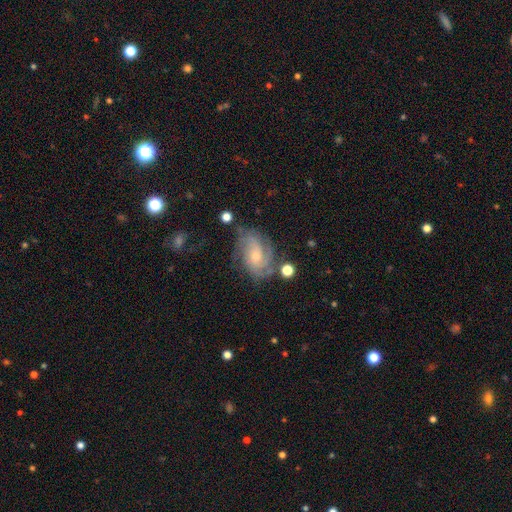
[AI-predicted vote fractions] Overall: featured or disk (76%). Edge-on disk: no (97%). Bar: no (66%; weak 29%). Spiral arms: yes (93%). Spiral arm count: can't tell (35%; 3 22%). Spiral winding: tight (50%; medium 38%). Bulge size: small (49%; moderate 41%). Merging: none (63%).